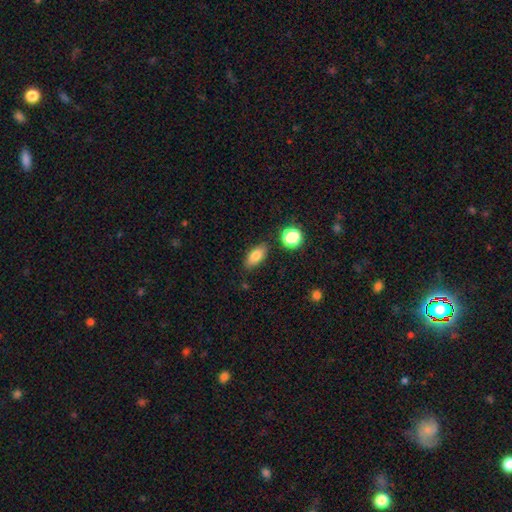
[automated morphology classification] This appears to be a smooth galaxy with no disk features (80%) that is in between round and cigar-shaped (83%). Merging: none (83%).